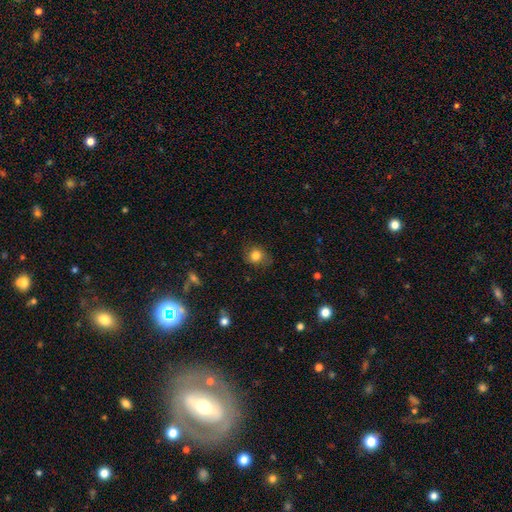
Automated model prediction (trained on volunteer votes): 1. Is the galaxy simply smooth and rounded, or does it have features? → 79% smooth, 11% featured or disk, 11% star or artifact.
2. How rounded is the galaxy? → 70% round, 29% in between, 1% cigar-shaped.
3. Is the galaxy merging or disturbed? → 73% none, 20% minor disturbance, 6% major disturbance, 1% merger.